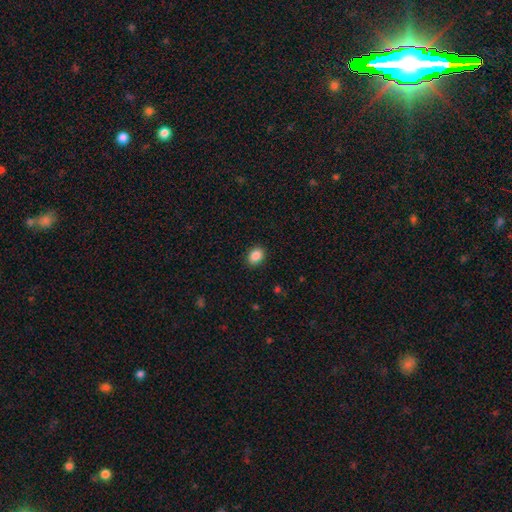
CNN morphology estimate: The model was most divided on "how rounded": in between: 71%, round: 28%, cigar-shaped: 1%. More confident: merging — none (89%); smooth or featured — smooth (87%).